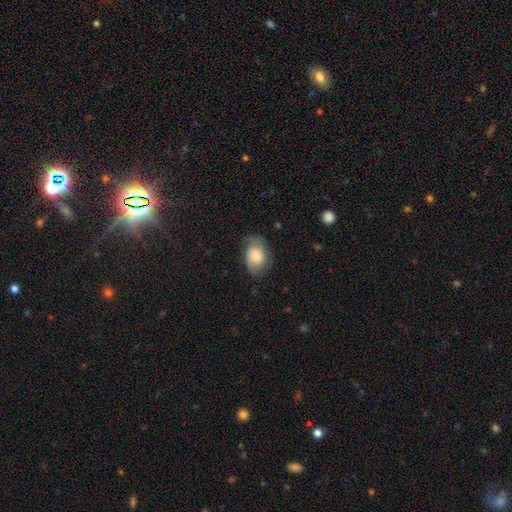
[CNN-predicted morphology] smooth-or-featured: smooth: 59% | featured or disk: 33% | star or artifact: 8%
  how-rounded: in between: 81% | round: 17% | cigar-shaped: 1%
  merging: none: 62% | minor disturbance: 26% | major disturbance: 11% | merger: 1%